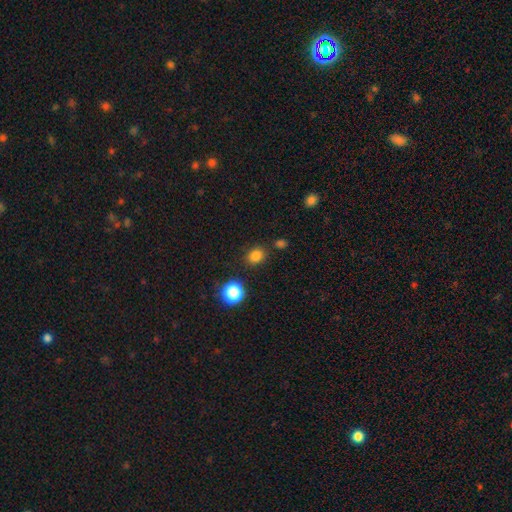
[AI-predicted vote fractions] A smooth galaxy with no disk features (81%) that is round (67%). Merging: none (83%).